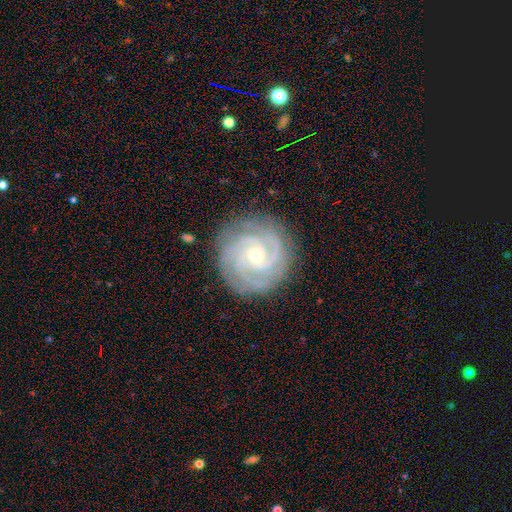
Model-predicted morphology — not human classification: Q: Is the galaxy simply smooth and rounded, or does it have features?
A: featured or disk — 90%.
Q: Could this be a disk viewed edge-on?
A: no — 98%.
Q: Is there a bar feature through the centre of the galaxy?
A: no — 68%.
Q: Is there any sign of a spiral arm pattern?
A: yes — 98%.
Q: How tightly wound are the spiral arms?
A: tight — 75%.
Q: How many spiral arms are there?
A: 3 — 38%.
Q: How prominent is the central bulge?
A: small — 71%.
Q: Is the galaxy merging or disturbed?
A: none — 85%.